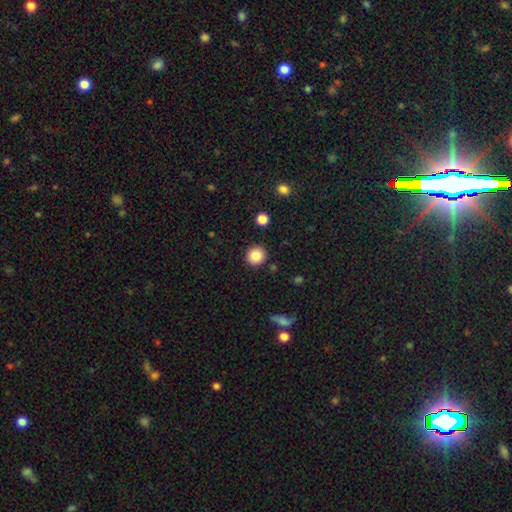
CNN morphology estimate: smooth 86%, star or artifact 10%, featured or disk 5%. Down the decision tree: how rounded — round (92%); merging — none (90%).